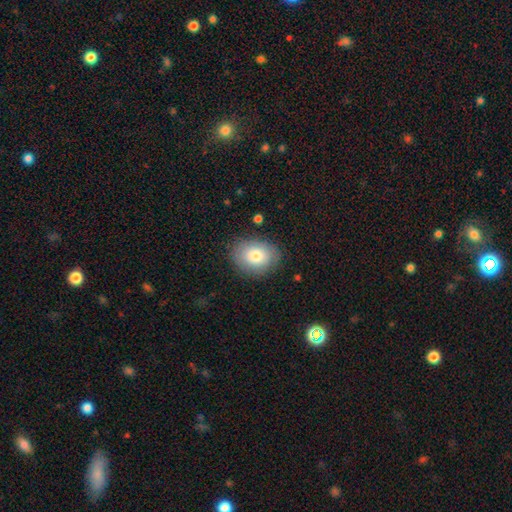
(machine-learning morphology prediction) Smooth or featured? Predicted: smooth (p=0.80). How rounded? Predicted: in between (p=0.63). Merging? Predicted: none (p=0.84).